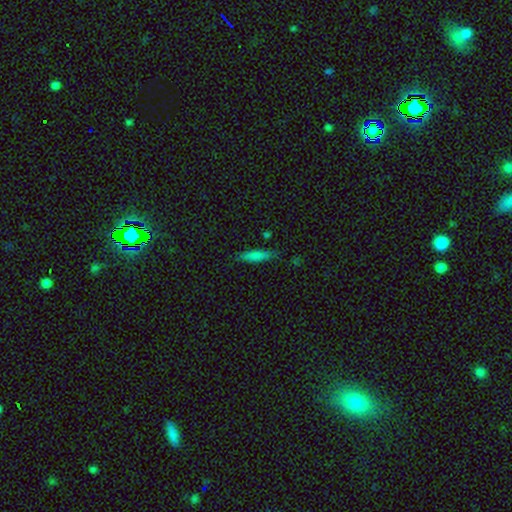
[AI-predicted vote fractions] Smooth or featured? smooth (77%)
How rounded? cigar-shaped (72%)
Merging? none (78%)